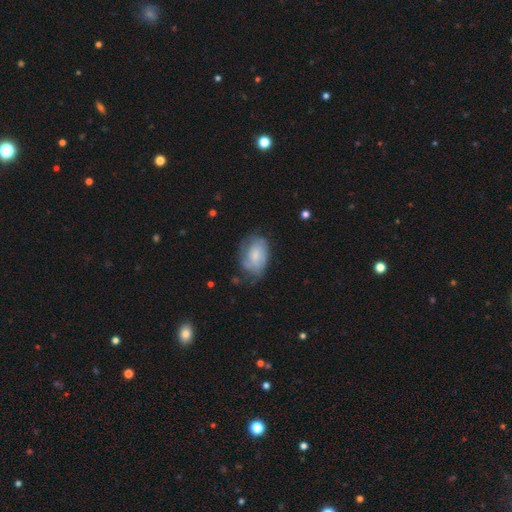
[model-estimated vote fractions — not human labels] smooth-or-featured: smooth: 52% | featured or disk: 41% | star or artifact: 7%
  how-rounded: in between: 85% | round: 14% | cigar-shaped: 1%
  merging: none: 54% | minor disturbance: 31% | major disturbance: 13% | merger: 2%